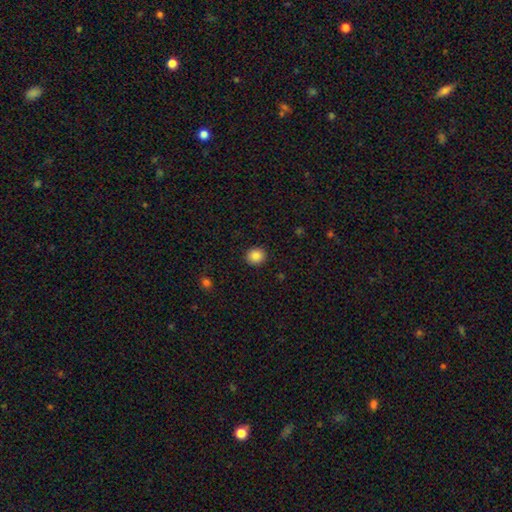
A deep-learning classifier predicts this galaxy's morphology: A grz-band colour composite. It shows a smooth galaxy with no disk features (86%) that is round (83%). Merging: none (92%).